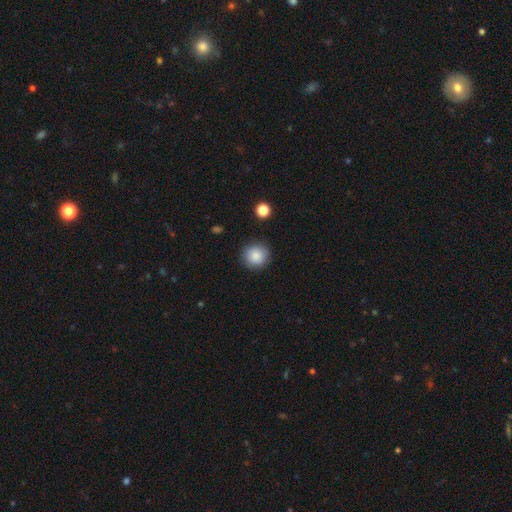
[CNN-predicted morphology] A smooth galaxy with no disk features (86%) that is round (93%).

Vote fractions:
- Smooth or featured? smooth: 86% / star or artifact: 9% / featured or disk: 5%
- How rounded? round: 93% / in between: 6% / cigar-shaped: 1%
- Merging? none: 89% / minor disturbance: 8% / major disturbance: 2% / merger: 1%